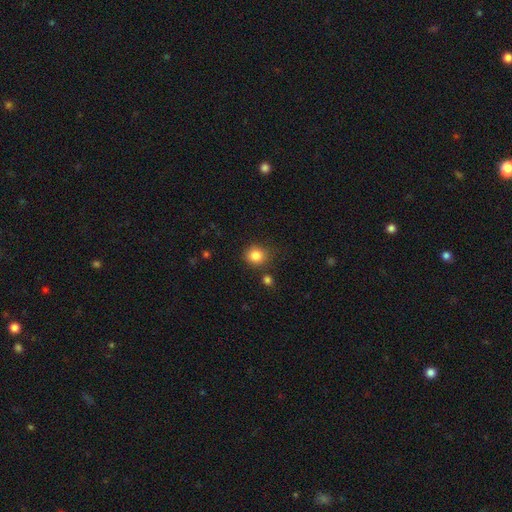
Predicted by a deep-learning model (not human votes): smooth_or_featured: smooth (p=0.84) [alt: star or artifact p=0.11]
how_rounded: round (p=0.80) [alt: in between p=0.19]
merging: none (p=0.81) [alt: minor disturbance p=0.11]